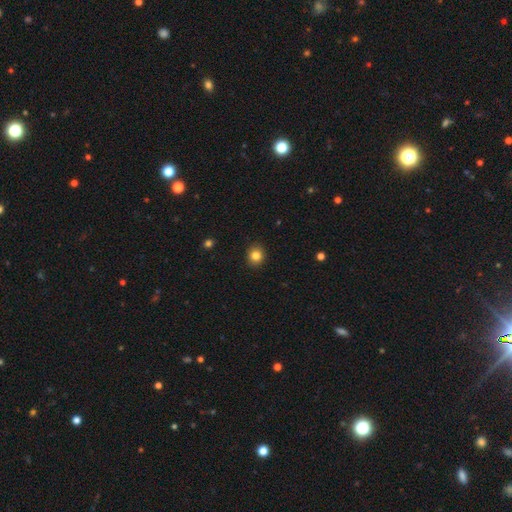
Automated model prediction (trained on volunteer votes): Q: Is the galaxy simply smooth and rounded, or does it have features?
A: smooth — 83%.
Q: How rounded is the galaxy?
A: round — 78%.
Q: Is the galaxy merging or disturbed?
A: none — 91%.